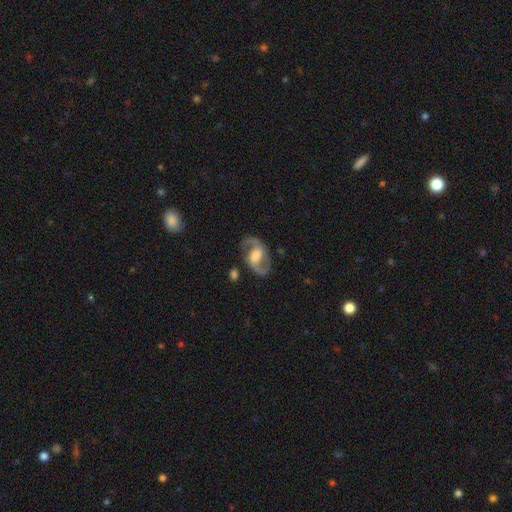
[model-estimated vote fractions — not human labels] Morphology: type=featured or disk (85%); edge-on=no (97%); bar=weak (45%); spiral arms=yes (93%); winding=medium (56%); arm count=2 (93%); bulge=large (43%); merging=none (79%).